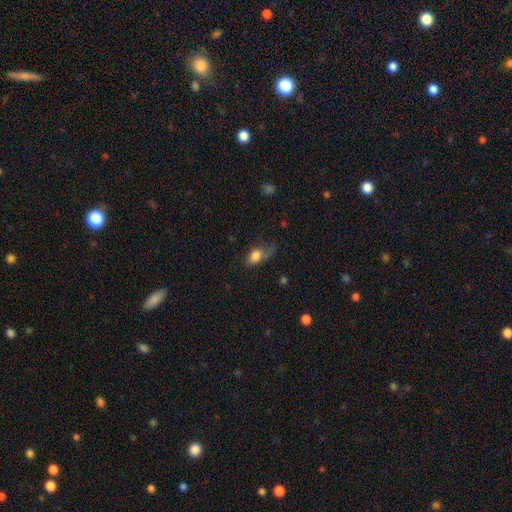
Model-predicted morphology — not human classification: Overall: smooth (80%). How rounded: in between (75%). Merging: none (41%; minor disturbance 33%).